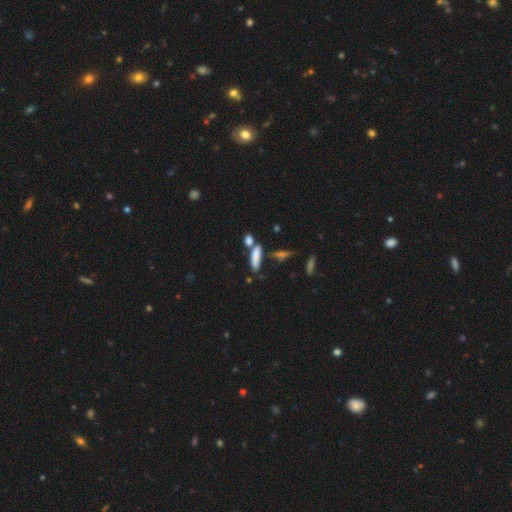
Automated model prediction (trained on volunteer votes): Overall: smooth (76%). How rounded: cigar-shaped (54%; in between 41%). Merging: none (52%; merger 28%).